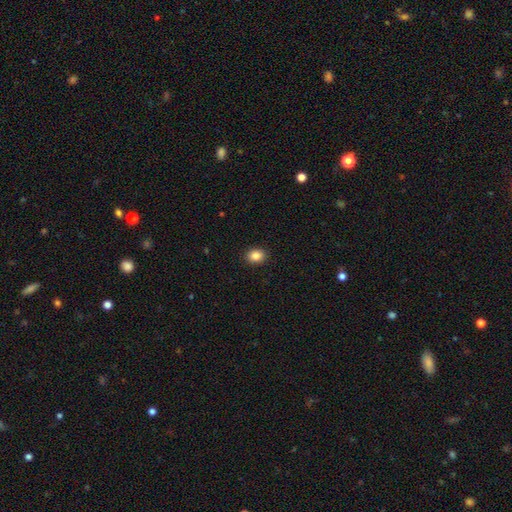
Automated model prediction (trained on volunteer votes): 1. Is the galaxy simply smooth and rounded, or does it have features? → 87% smooth, 9% star or artifact, 4% featured or disk.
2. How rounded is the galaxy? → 57% in between, 42% round, 1% cigar-shaped.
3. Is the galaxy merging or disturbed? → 91% none, 6% minor disturbance, 2% major disturbance, 1% merger.